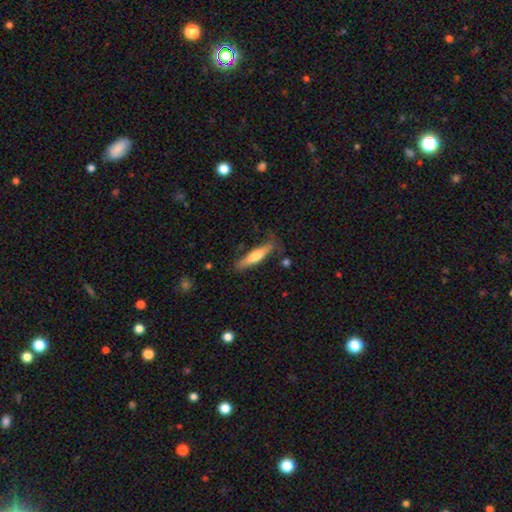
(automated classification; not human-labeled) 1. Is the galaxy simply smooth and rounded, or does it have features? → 57% smooth, 38% featured or disk, 5% star or artifact.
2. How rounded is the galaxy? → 81% cigar-shaped, 17% in between, 2% round.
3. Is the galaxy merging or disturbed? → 75% none, 18% minor disturbance, 4% major disturbance, 3% merger.